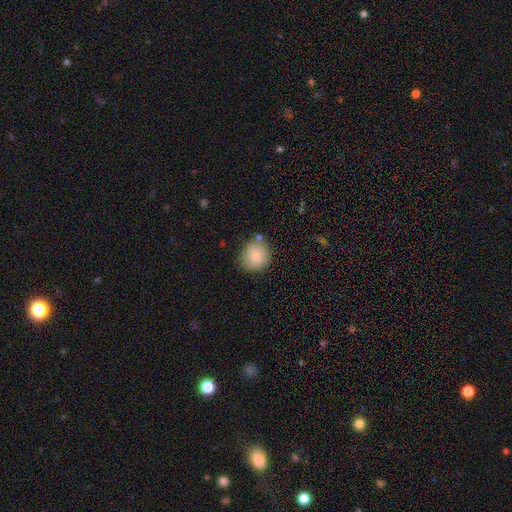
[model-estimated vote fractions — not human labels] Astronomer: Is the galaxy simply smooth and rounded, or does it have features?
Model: smooth — 85%.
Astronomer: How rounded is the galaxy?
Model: round — 87%.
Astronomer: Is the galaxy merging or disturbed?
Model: none — 73%.